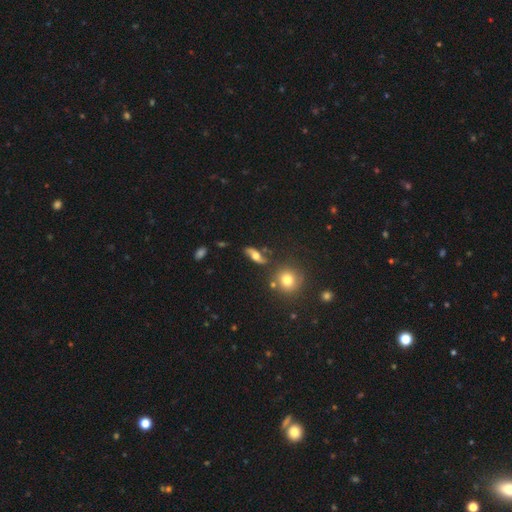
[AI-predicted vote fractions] smooth-or-featured: featured or disk: 51% | smooth: 39% | star or artifact: 10%
  disk-edge-on: no: 55% | yes: 45%
  merging: none: 71% | minor disturbance: 16% | merger: 6% | major disturbance: 6%